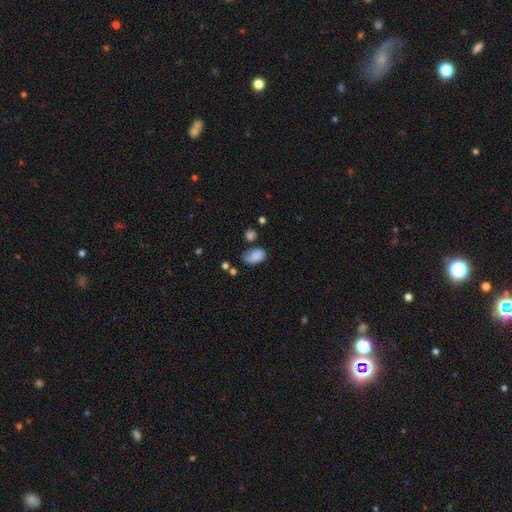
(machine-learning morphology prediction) A smooth galaxy with no disk features (81%) that is in between round and cigar-shaped (87%). Merging: none (40%).